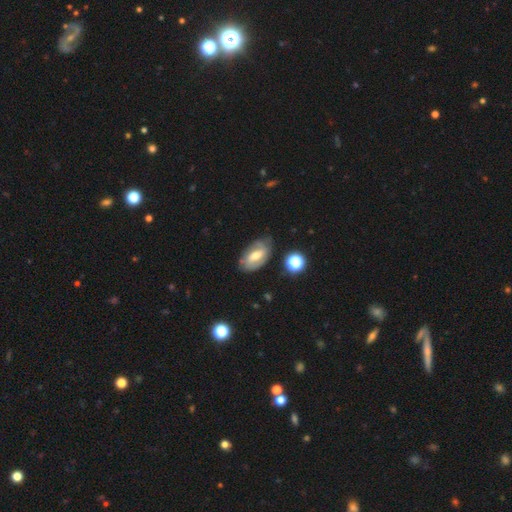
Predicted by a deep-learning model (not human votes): The model was most divided on "bar": weak: 49%, no: 26%, strong: 25%. More confident: edge-on disk — no (93%); spiral arms — yes (82%); merging — none (72%); smooth or featured — featured or disk (62%); bulge size — moderate (60%).